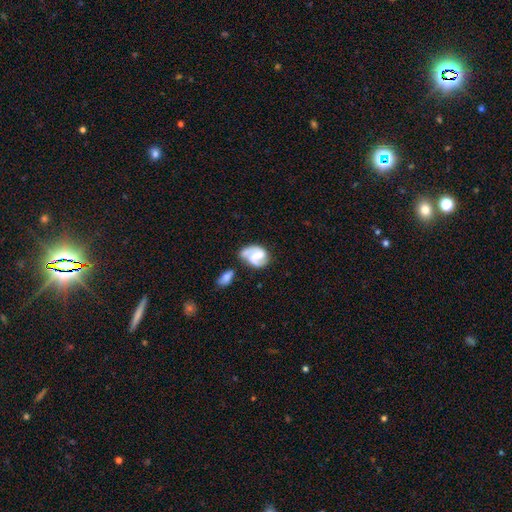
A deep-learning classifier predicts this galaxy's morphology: This appears to be a featured or disk galaxy (73%) with a weak bar (44%), 2 (81%) medium (48%) spiral arms (92%) and no central bulge (31%). Merging: none (46%).